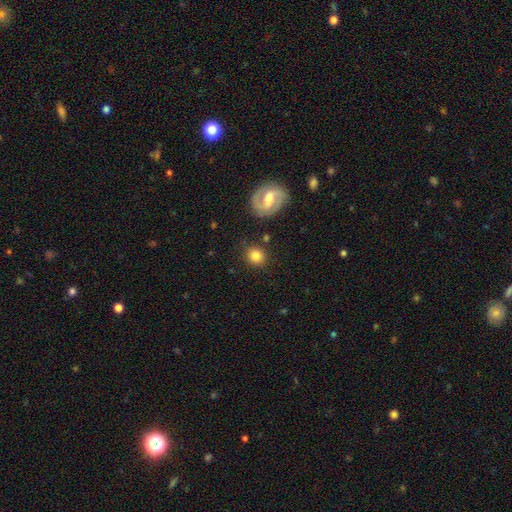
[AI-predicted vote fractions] A smooth galaxy with no disk features (78%) that is round (84%).

Vote fractions:
- Smooth or featured? smooth: 78% / featured or disk: 13% / star or artifact: 9%
- How rounded? round: 84% / in between: 15% / cigar-shaped: 1%
- Merging? none: 84% / minor disturbance: 9% / merger: 4% / major disturbance: 3%